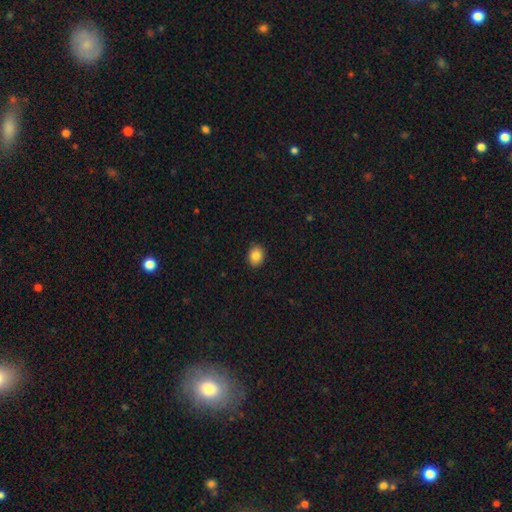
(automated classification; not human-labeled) Q: Smooth or featured?
A: smooth (85%); runner-up: star or artifact (9%)
Q: How rounded?
A: in between (62%); runner-up: round (37%)
Q: Merging?
A: none (90%); runner-up: minor disturbance (7%)